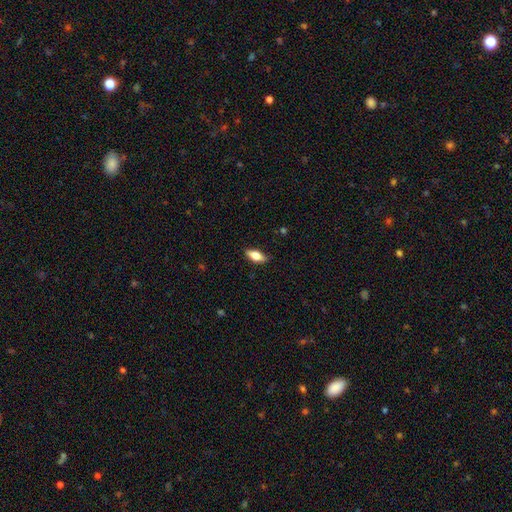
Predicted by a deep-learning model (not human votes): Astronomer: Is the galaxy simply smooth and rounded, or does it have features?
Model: smooth — 71%.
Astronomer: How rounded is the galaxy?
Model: in between — 82%.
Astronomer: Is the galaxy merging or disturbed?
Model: none — 85%.